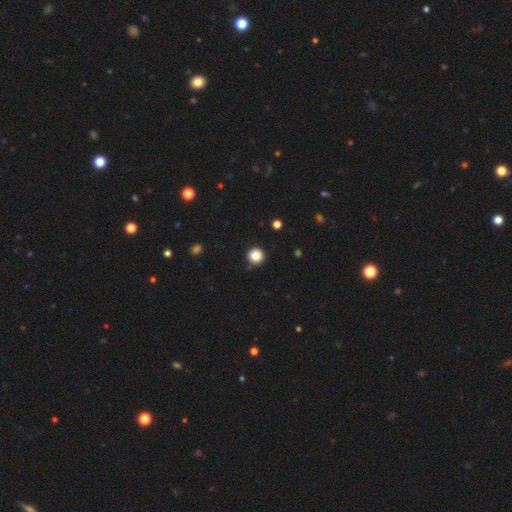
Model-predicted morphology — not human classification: smooth_or_featured: smooth (p=0.86) [alt: star or artifact p=0.11]
how_rounded: round (p=0.96) [alt: in between p=0.03]
merging: none (p=0.90) [alt: minor disturbance p=0.06]